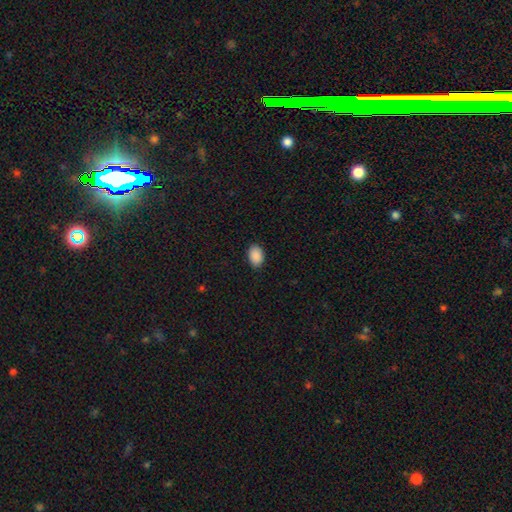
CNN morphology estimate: Smooth or featured: smooth — 90% (star or artifact — 7%)
How rounded: in between — 85% (round — 14%)
Merging: none — 88% (minor disturbance — 9%)